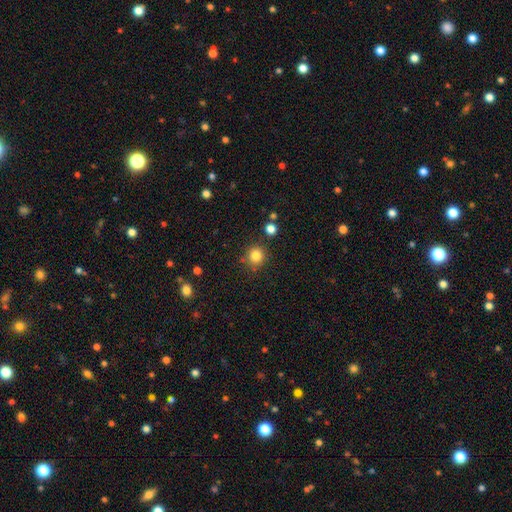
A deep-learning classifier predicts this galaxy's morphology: smooth-or-featured: smooth: 82% | star or artifact: 12% | featured or disk: 5%
  how-rounded: round: 90% | in between: 9% | cigar-shaped: 1%
  merging: none: 82% | minor disturbance: 10% | merger: 5% | major disturbance: 3%